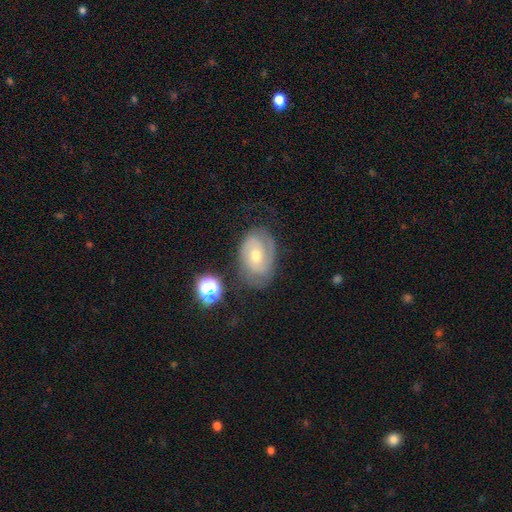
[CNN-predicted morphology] A featured or disk galaxy (76%) with no bar (59%), 2 (63%) tight (54%) spiral arms (92%) and a moderate central bulge (55%).

Vote fractions:
- Smooth or featured? featured or disk: 76% / smooth: 16% / star or artifact: 8%
- Edge-on disk? no: 96% / yes: 4%
- Bar? no: 59% / weak: 34% / strong: 7%
- Spiral arms? yes: 92% / no: 8%
- Spiral winding? tight: 54% / medium: 36% / loose: 10%
- Spiral arm count? 2: 63% / can't tell: 19% / 1: 9% / 3: 7% / 4: 2% / more than 4: 2%
- Bulge size? moderate: 55% / small: 41% / large: 2% / none: 1% / dominant: 1%
- Merging? none: 68% / minor disturbance: 20% / major disturbance: 9% / merger: 2%